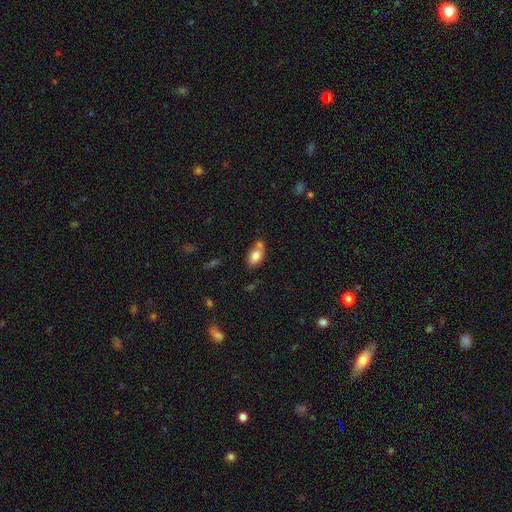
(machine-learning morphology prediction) Smooth or featured? smooth (78%)
How rounded? in between (88%)
Merging? none (52%)